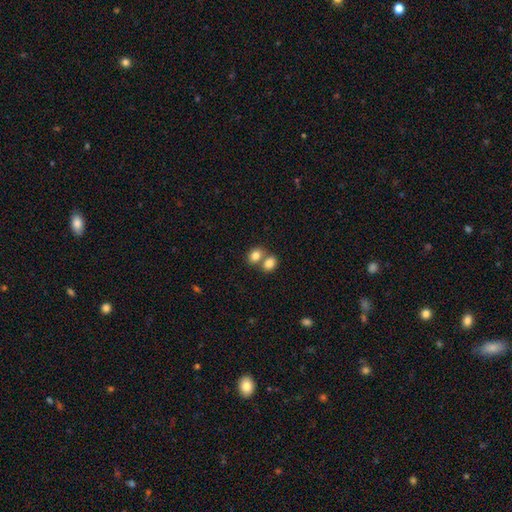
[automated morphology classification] type=smooth (82%); roundness=in between (55%); merging=merger (51%).